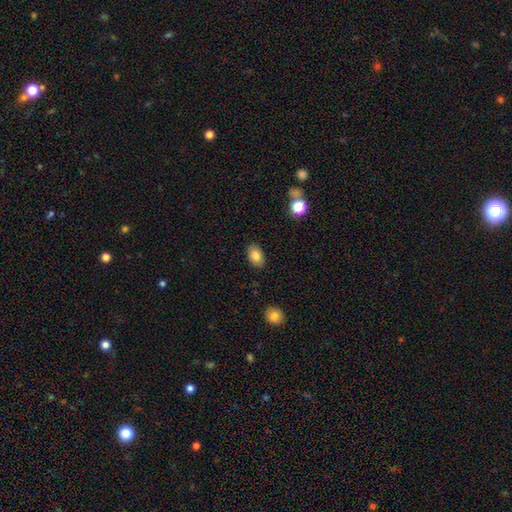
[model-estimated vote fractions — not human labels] Morphology: type=smooth (83%); roundness=in between (85%); merging=none (87%).